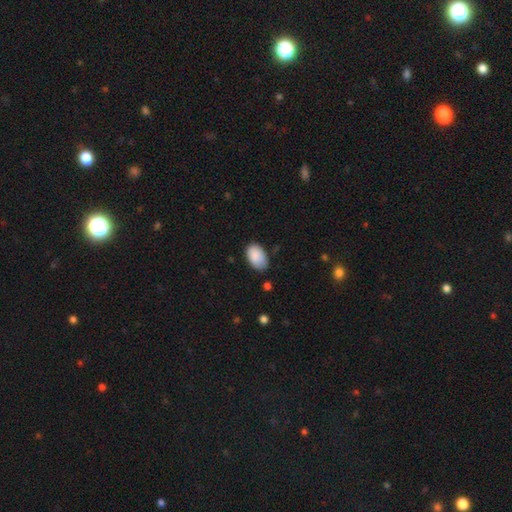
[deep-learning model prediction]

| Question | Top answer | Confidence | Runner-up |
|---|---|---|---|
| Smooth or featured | smooth | 89% | star or artifact (6%) |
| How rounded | in between | 93% | round (6%) |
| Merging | none | 73% | minor disturbance (21%) |